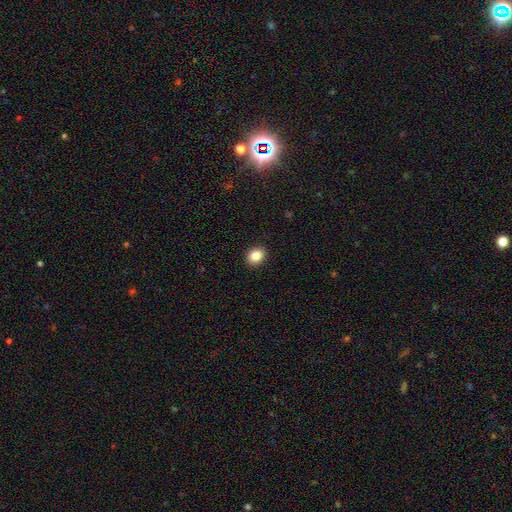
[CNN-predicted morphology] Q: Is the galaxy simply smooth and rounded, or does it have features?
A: smooth — 86%.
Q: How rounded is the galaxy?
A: round — 51%.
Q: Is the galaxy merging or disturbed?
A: none — 91%.